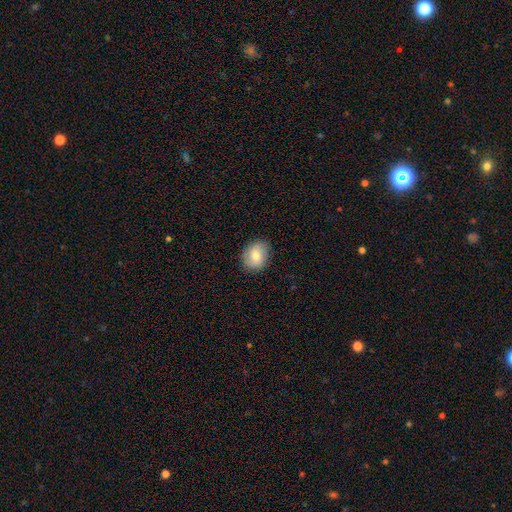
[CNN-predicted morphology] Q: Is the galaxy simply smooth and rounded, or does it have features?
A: smooth — 68%.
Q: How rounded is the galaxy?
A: round — 56%.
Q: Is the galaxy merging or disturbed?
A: none — 85%.